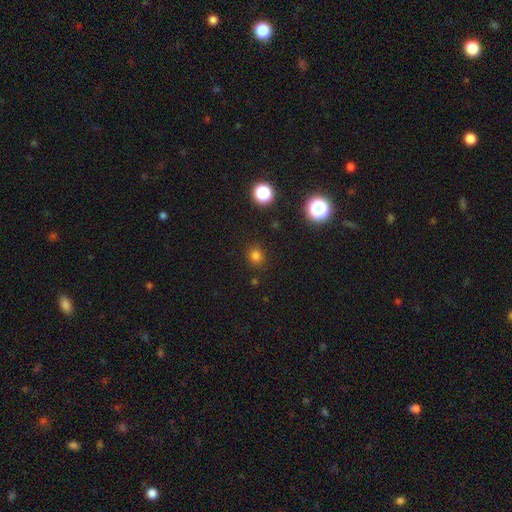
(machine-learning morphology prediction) smooth_or_featured: smooth (p=0.76) [alt: star or artifact p=0.19]
how_rounded: round (p=0.85) [alt: in between p=0.14]
merging: none (p=0.86) [alt: minor disturbance p=0.09]